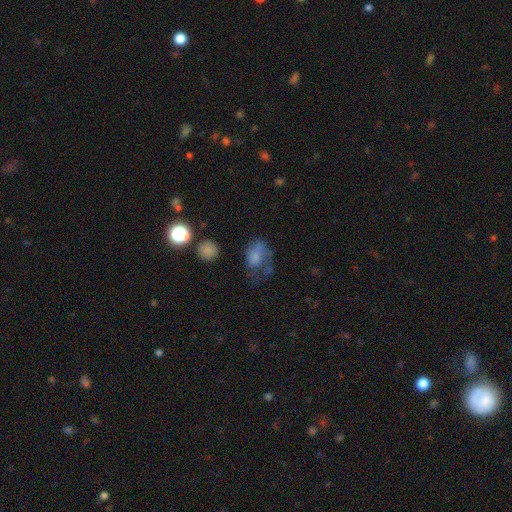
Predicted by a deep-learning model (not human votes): Q: Smooth or featured?
A: smooth (61%); runner-up: featured or disk (26%)
Q: How rounded?
A: in between (76%); runner-up: round (22%)
Q: Merging?
A: major disturbance (41%); runner-up: none (30%)